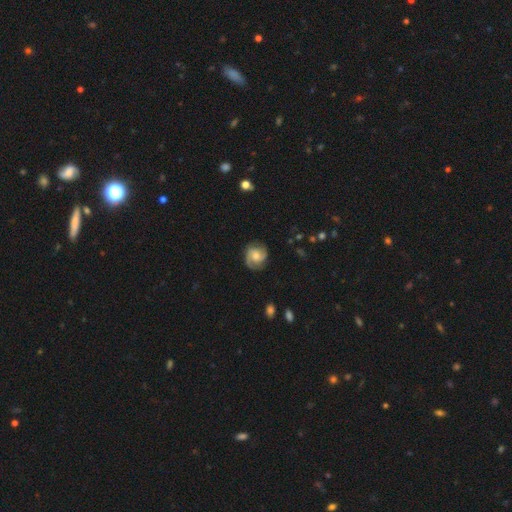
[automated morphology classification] smooth_or_featured: featured or disk (p=0.69) [alt: smooth p=0.24]
disk_edge_on: no (p=0.98) [alt: yes p=0.02]
bar: no (p=0.59) [alt: weak p=0.34]
has_spiral_arms: yes (p=0.94) [alt: no p=0.06]
spiral_winding: medium (p=0.44) [alt: tight p=0.39]
spiral_arm_count: 2 (p=0.73) [alt: can't tell p=0.10]
bulge_size: moderate (p=0.52) [alt: small p=0.30]
merging: none (p=0.79) [alt: minor disturbance p=0.15]